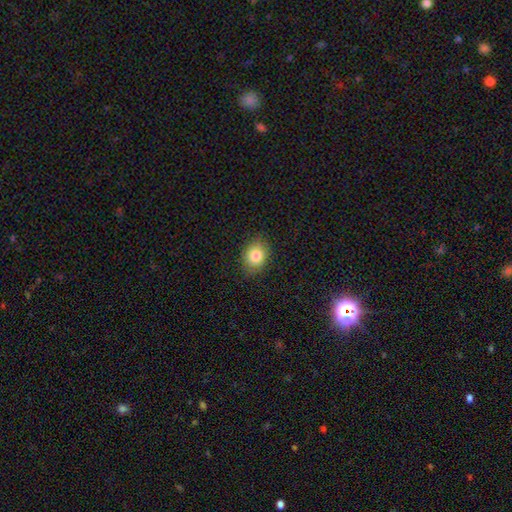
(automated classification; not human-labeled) Smooth or featured?
  - smooth: 82% *
  - star or artifact: 10%
  - featured or disk: 8%
How rounded?
  - in between: 56% *
  - round: 43%
  - cigar-shaped: 1%
Merging?
  - none: 85% *
  - minor disturbance: 11%
  - major disturbance: 3%
  - merger: 1%